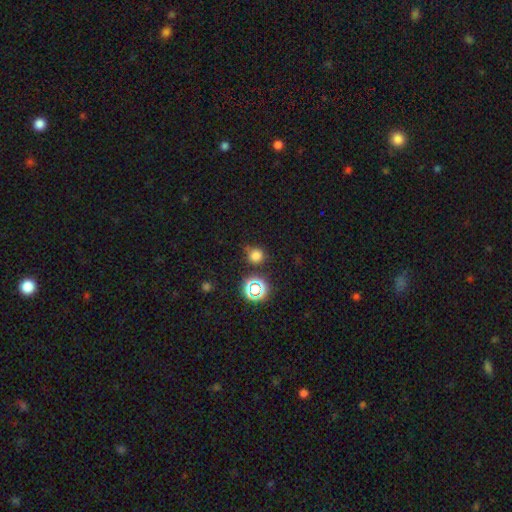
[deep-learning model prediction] Smooth or featured: smooth — 72% (star or artifact — 22%)
How rounded: round — 89% (in between — 10%)
Merging: none — 73% (minor disturbance — 17%)